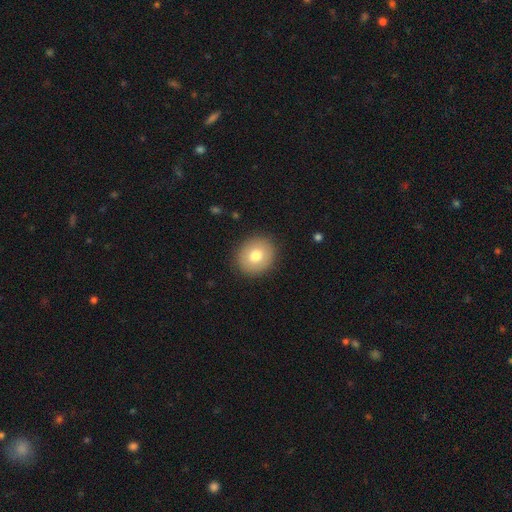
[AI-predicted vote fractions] A smooth galaxy with no disk features (75%) that is round (79%).

Vote fractions:
- Smooth or featured? smooth: 75% / featured or disk: 16% / star or artifact: 9%
- How rounded? round: 79% / in between: 20% / cigar-shaped: 1%
- Merging? none: 90% / minor disturbance: 7% / major disturbance: 2% / merger: 1%